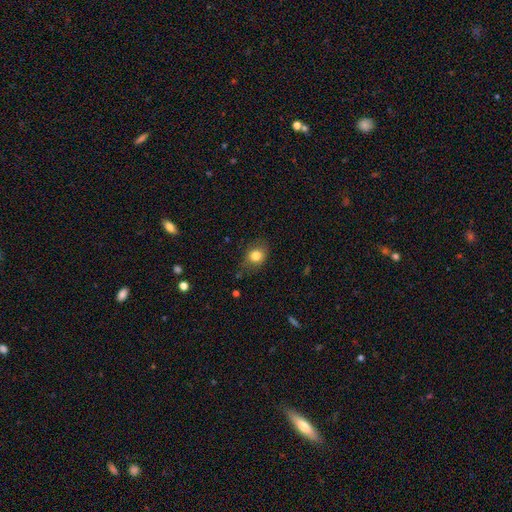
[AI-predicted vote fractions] This is clearly a smooth galaxy (81%). How rounded: possibly round (54%). Merging: likely none (71%).